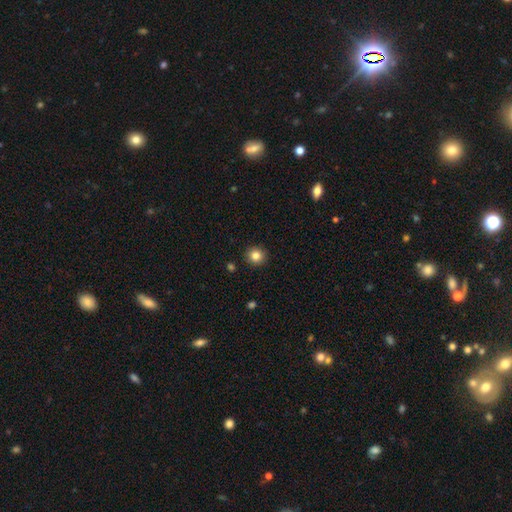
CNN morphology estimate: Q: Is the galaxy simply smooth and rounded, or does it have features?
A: smooth — 84%.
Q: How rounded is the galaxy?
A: round — 93%.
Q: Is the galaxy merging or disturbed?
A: none — 92%.